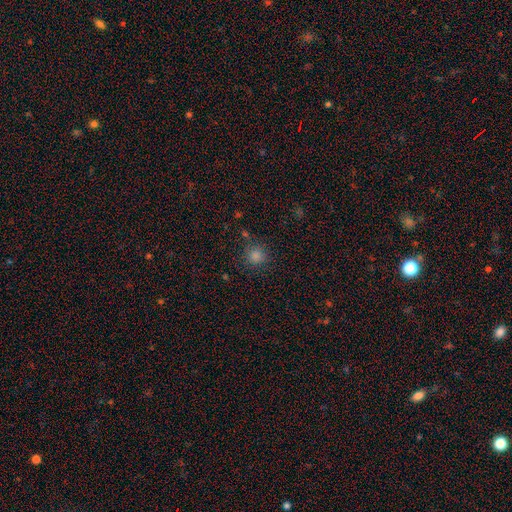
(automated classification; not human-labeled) smooth-or-featured: smooth: 81% | star or artifact: 15% | featured or disk: 4%
  how-rounded: round: 92% | in between: 7% | cigar-shaped: 1%
  merging: none: 81% | minor disturbance: 11% | merger: 4% | major disturbance: 4%